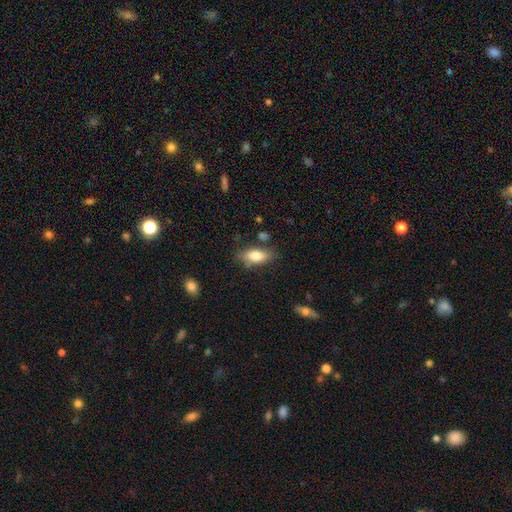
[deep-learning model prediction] smooth 76%, featured or disk 17%, star or artifact 7%. Down the decision tree: how rounded — in between (80%); merging — none (74%).